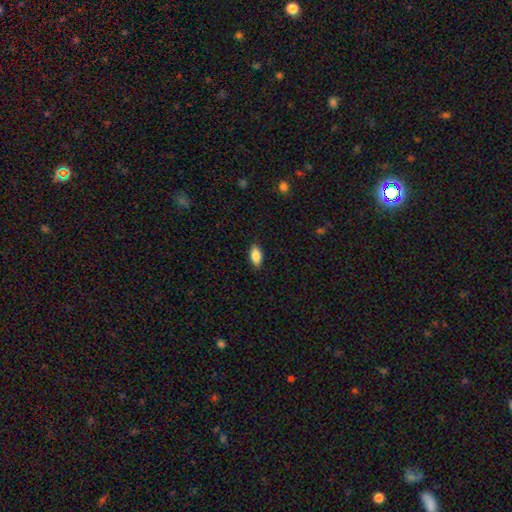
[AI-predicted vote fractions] This is clearly a smooth galaxy (86%). How rounded: clearly in between (90%). Merging: clearly none (88%).